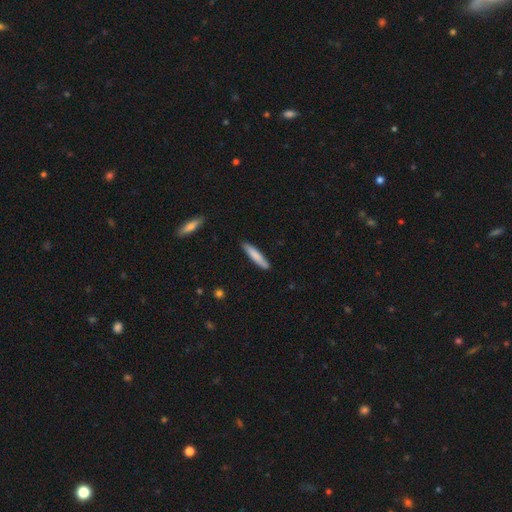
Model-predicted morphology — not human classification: This appears to be a smooth galaxy with no disk features (80%) that is cigar-shaped (90%). Merging: none (88%).